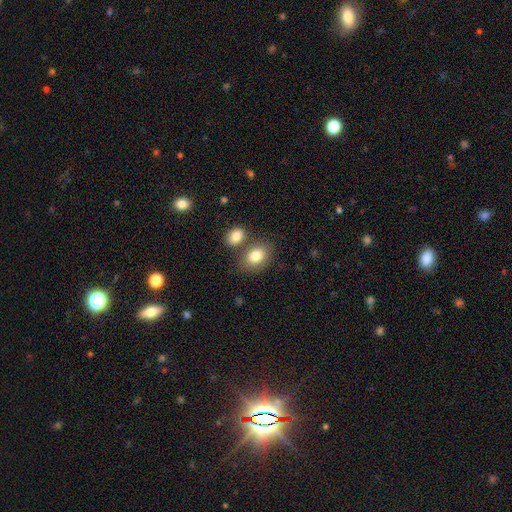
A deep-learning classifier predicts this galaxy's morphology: Smooth or featured? smooth (82%)
How rounded? in between (77%)
Merging? none (63%)